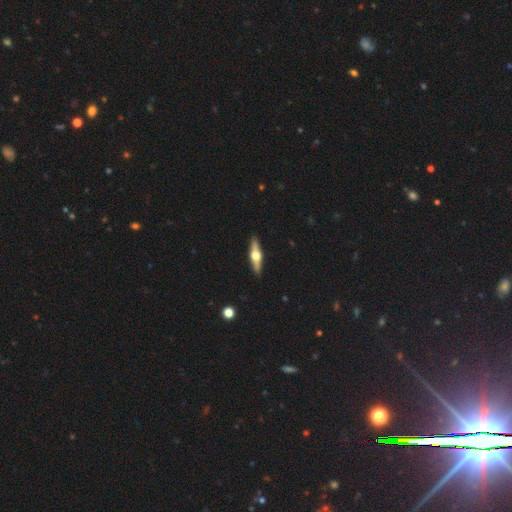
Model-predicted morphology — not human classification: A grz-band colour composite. It shows a featured or disk galaxy (69%) viewed edge-on (96%) with a rounded central bulge (96%). Merging: none (91%).